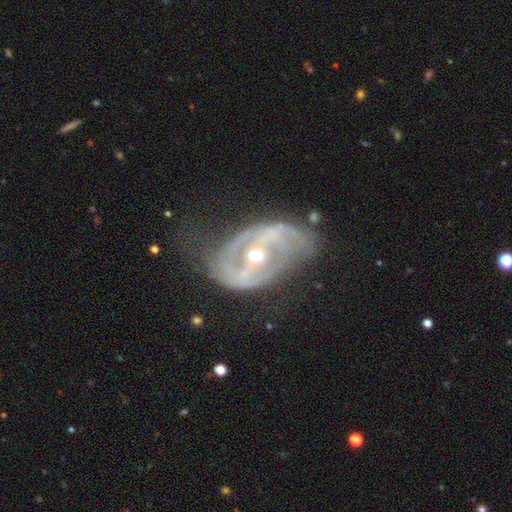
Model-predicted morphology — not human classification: A featured or disk galaxy (85%) with a strong bar (53%), 2 (66%) medium (39%) spiral arms (79%) and a moderate central bulge (49%).

Vote fractions:
- Smooth or featured? featured or disk: 85% / smooth: 8% / star or artifact: 6%
- Edge-on disk? no: 95% / yes: 5%
- Bar? strong: 53% / weak: 30% / no: 17%
- Spiral arms? yes: 79% / no: 21%
- Spiral winding? medium: 39% / tight: 34% / loose: 27%
- Spiral arm count? 2: 66% / can't tell: 20% / 1: 5% / 3: 5% / 4: 2% / more than 4: 2%
- Bulge size? moderate: 49% / small: 48% / large: 2% / dominant: 1% / none: 1%
- Merging? none: 46% / minor disturbance: 27% / major disturbance: 25% / merger: 2%